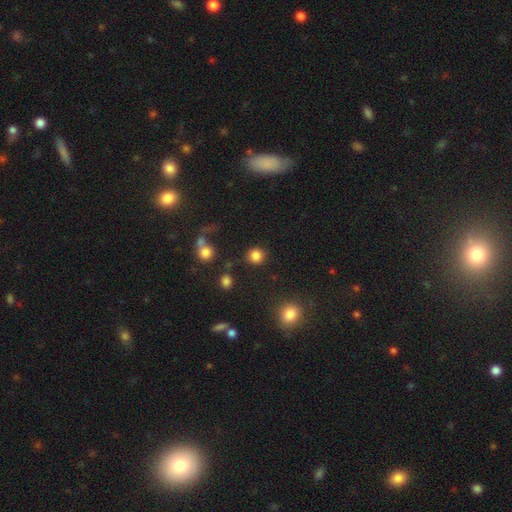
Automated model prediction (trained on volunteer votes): smooth_or_featured: smooth (p=0.85) [alt: star or artifact p=0.11]
how_rounded: round (p=0.92) [alt: in between p=0.07]
merging: none (p=0.85) [alt: minor disturbance p=0.07]